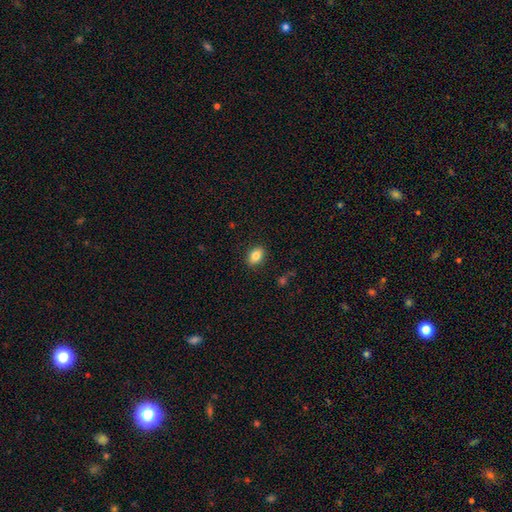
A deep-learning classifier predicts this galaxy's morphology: This is clearly a smooth galaxy (84%). How rounded: likely in between (79%). Merging: clearly none (89%).